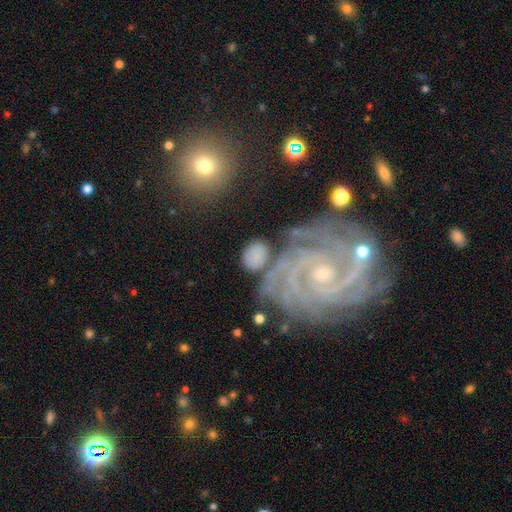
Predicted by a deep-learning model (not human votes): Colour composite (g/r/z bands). It shows a smooth galaxy with no disk features (64%) that is in between round and cigar-shaped (60%). Merging: none (59%).